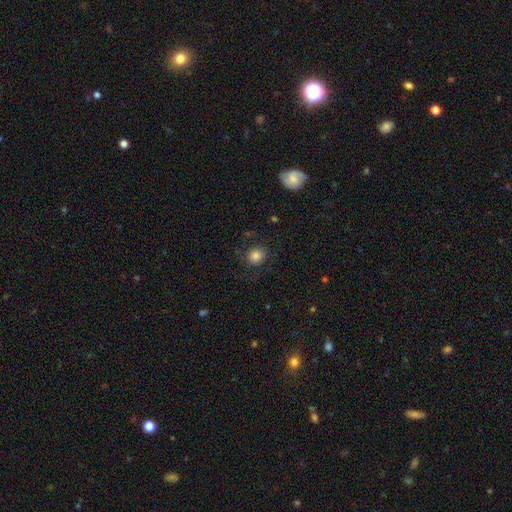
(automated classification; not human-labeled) Smooth or featured?
  - smooth: 83% *
  - star or artifact: 10%
  - featured or disk: 7%
How rounded?
  - round: 88% *
  - in between: 11%
  - cigar-shaped: 1%
Merging?
  - none: 81% *
  - minor disturbance: 12%
  - major disturbance: 6%
  - merger: 1%